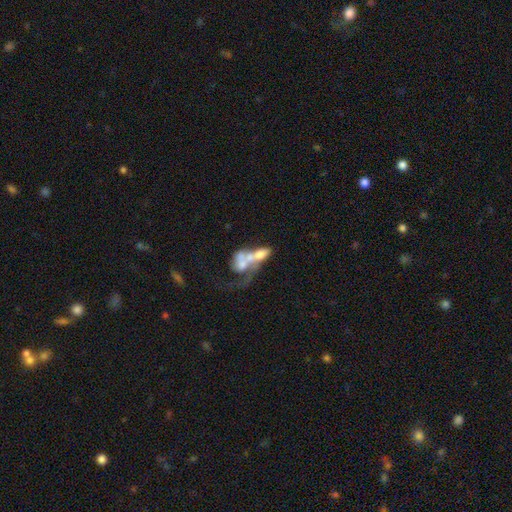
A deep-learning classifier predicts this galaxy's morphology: Smooth or featured: featured or disk — 52% (smooth — 39%)
Edge-on disk: no — 95% (yes — 5%)
Merging: merger — 66% (major disturbance — 20%)